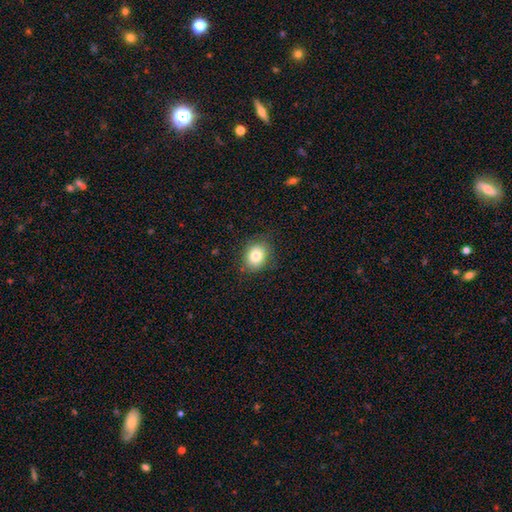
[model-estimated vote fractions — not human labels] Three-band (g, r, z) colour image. It shows a smooth galaxy with no disk features (81%) that is round (52%). Merging: none (83%).